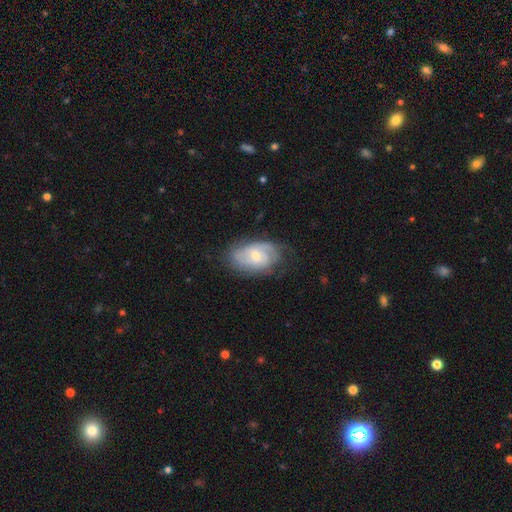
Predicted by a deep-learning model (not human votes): Smooth or featured? featured or disk (70%)
Edge-on disk? no (96%)
Bar? no (55%)
Spiral arms? yes (87%)
Spiral winding? tight (52%)
Spiral arm count? can't tell (37%, tied with 2)
Bulge size? small (51%)
Merging? none (64%)